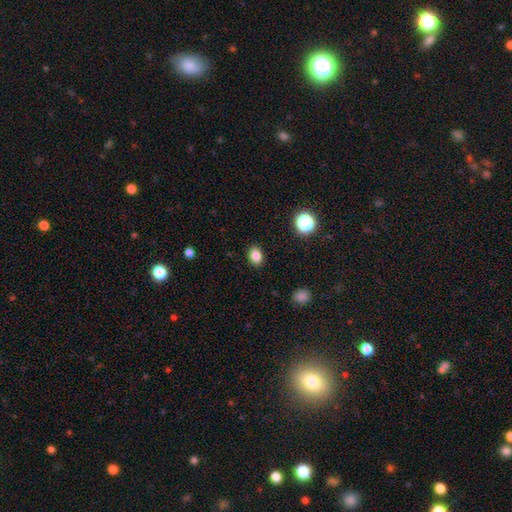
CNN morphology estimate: smooth 84%, star or artifact 11%, featured or disk 5%. Down the decision tree: how rounded — in between (69%); merging — none (89%).